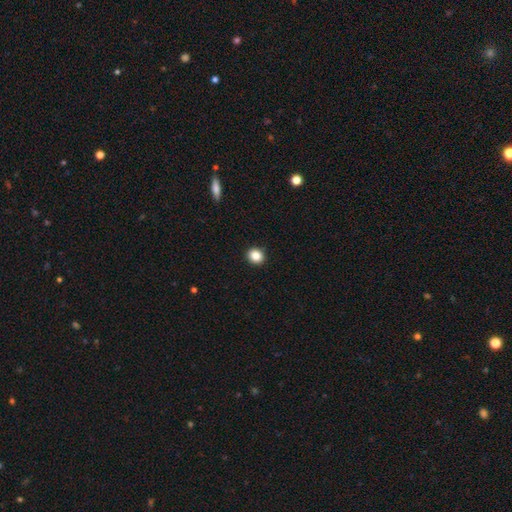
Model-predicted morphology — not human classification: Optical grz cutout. It shows a smooth galaxy with no disk features (85%) that is round (81%). Merging: none (93%).